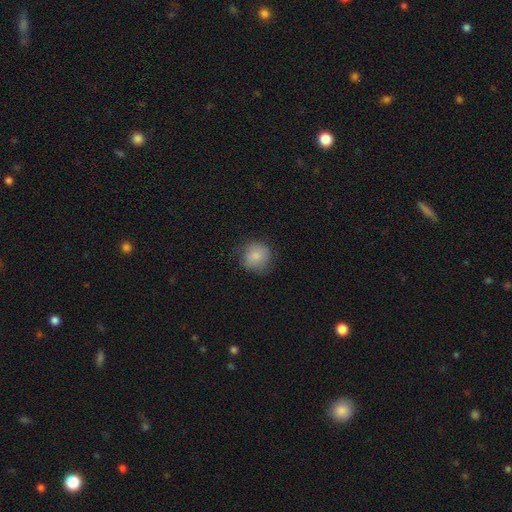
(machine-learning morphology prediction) This appears to be a smooth galaxy with no disk features (81%) that is round (86%). Merging: none (72%).